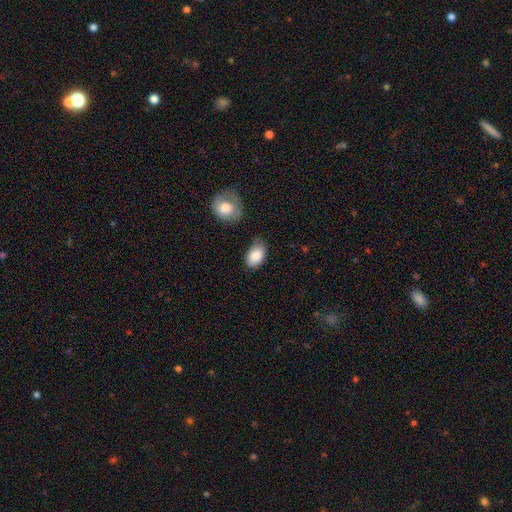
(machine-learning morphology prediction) type=smooth (87%); roundness=in between (90%); merging=none (68%).